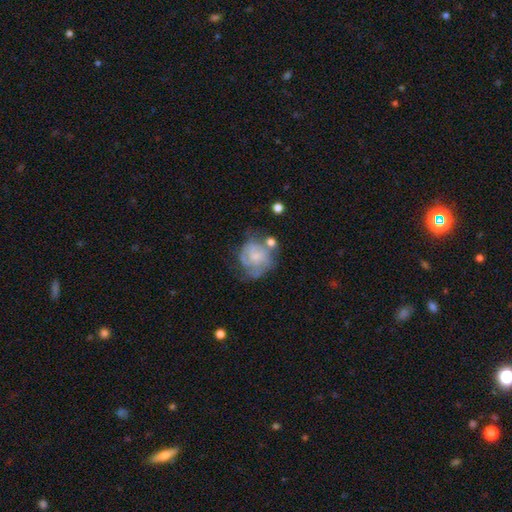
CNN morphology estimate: A featured or disk galaxy (67%) with no bar (72%), tight (54%) spiral arms (81%) and a small central bulge (53%). Merging: none (47%).